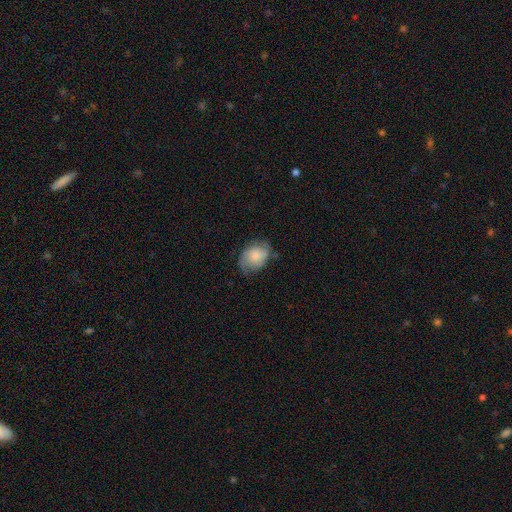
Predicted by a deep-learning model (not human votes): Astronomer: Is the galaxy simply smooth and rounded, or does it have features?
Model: smooth — 62%.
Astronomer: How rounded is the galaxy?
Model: in between — 68%.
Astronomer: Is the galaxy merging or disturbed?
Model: none — 57%.